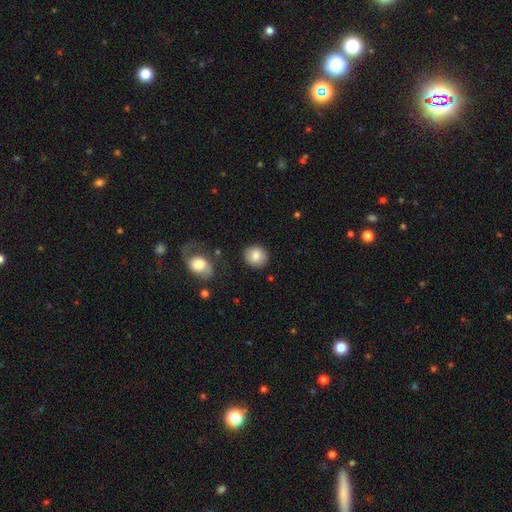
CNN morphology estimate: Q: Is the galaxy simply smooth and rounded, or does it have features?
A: smooth — 83%.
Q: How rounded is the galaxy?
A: round — 87%.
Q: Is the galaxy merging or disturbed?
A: none — 87%.